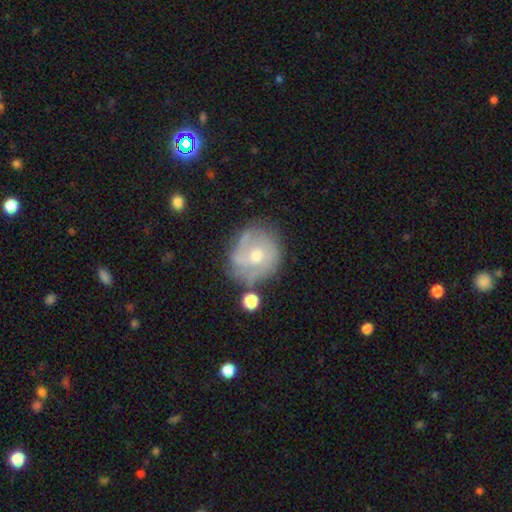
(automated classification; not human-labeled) smooth_or_featured: featured or disk (p=0.62) [alt: smooth p=0.31]
disk_edge_on: no (p=0.97) [alt: yes p=0.03]
bar: no (p=0.71) [alt: weak p=0.25]
has_spiral_arms: yes (p=0.72) [alt: no p=0.28]
bulge_size: moderate (p=0.65) [alt: small p=0.29]
merging: none (p=0.60) [alt: minor disturbance p=0.24]